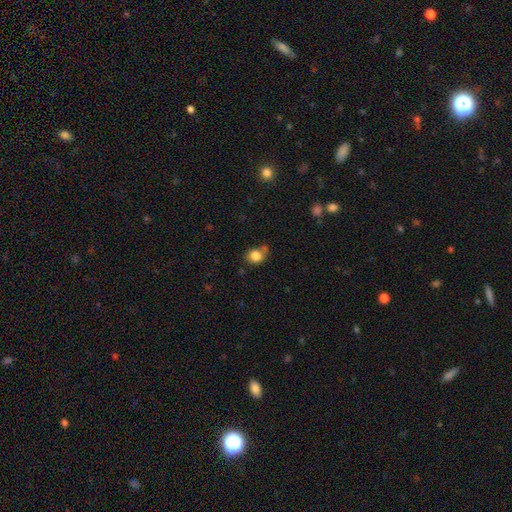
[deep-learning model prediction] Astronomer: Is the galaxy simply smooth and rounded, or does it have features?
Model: smooth — 83%.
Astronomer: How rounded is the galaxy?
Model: round — 64%.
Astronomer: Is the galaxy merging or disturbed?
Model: none — 55%.